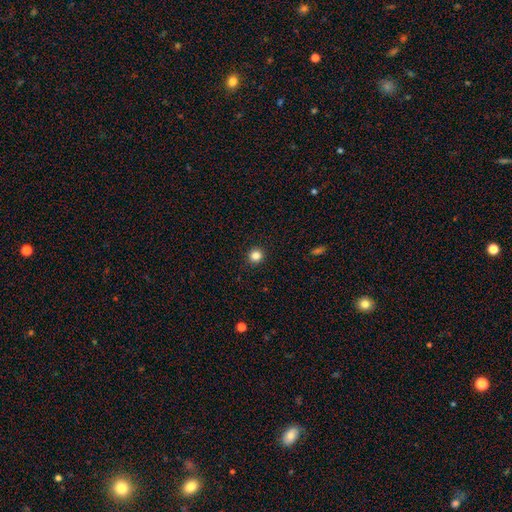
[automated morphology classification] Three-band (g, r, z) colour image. It shows a smooth galaxy with no disk features (84%) that is round (93%). Merging: none (92%).